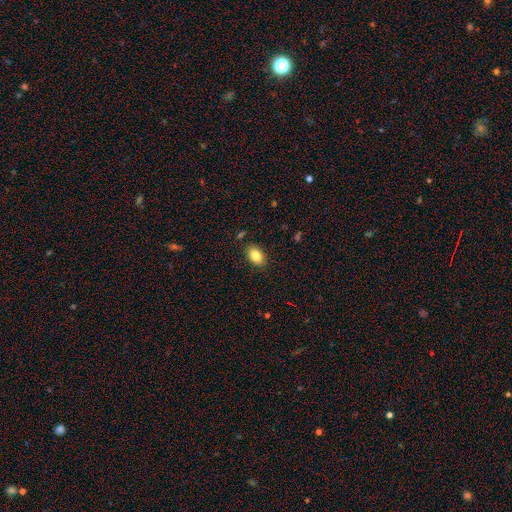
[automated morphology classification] smooth-or-featured: smooth: 85% | star or artifact: 8% | featured or disk: 7%
  how-rounded: in between: 88% | round: 10% | cigar-shaped: 1%
  merging: none: 86% | minor disturbance: 10% | major disturbance: 2% | merger: 2%